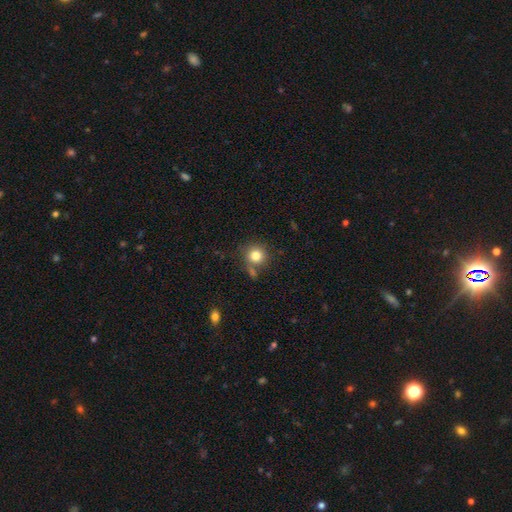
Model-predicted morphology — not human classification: This appears to be a smooth galaxy with no disk features (81%) that is round (91%). Merging: none (69%).